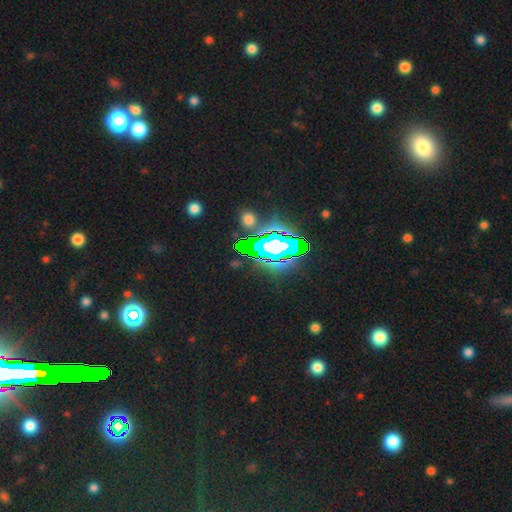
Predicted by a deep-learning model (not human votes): A star or artifact, not a galaxy (68%).

Vote fractions:
- Smooth or featured? star or artifact: 68% / featured or disk: 17% / smooth: 15%